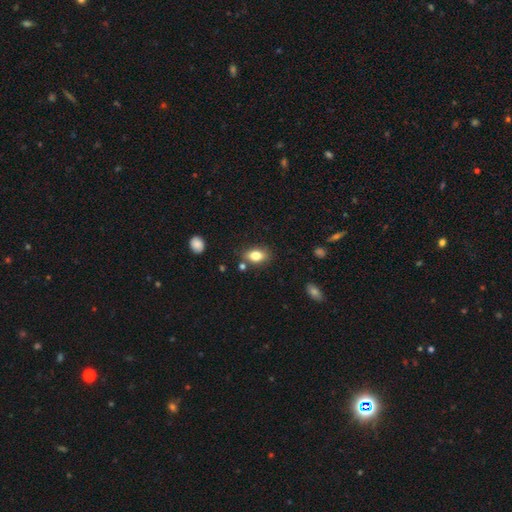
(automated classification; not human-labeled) A smooth galaxy with no disk features (81%) that is in between round and cigar-shaped (83%).

Vote fractions:
- Smooth or featured? smooth: 81% / featured or disk: 10% / star or artifact: 9%
- How rounded? in between: 83% / round: 14% / cigar-shaped: 3%
- Merging? none: 80% / minor disturbance: 13% / merger: 4% / major disturbance: 3%